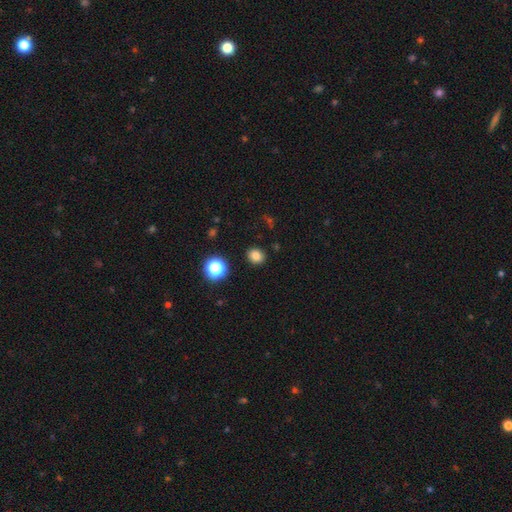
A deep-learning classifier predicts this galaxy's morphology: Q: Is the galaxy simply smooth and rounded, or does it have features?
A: smooth — 81%.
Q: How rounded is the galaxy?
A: round — 74%.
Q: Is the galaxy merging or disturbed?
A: none — 90%.